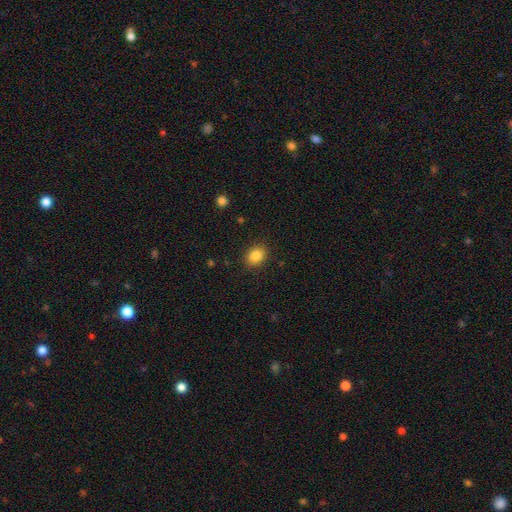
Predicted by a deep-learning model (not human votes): Q: Smooth or featured?
A: smooth (85%); runner-up: star or artifact (9%)
Q: How rounded?
A: in between (64%); runner-up: round (35%)
Q: Merging?
A: none (88%); runner-up: minor disturbance (9%)